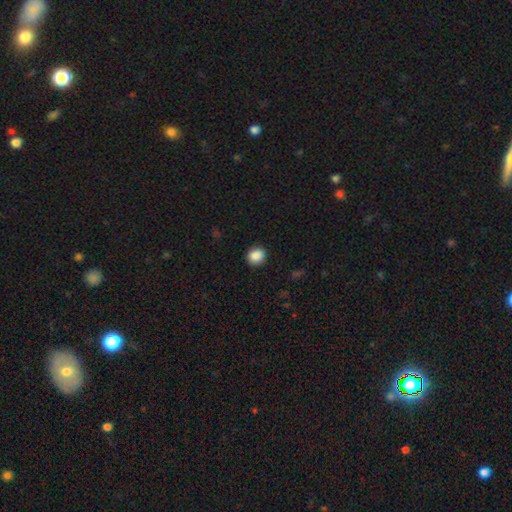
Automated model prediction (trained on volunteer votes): This is clearly a smooth galaxy (88%). How rounded: clearly round (81%). Merging: clearly none (91%).